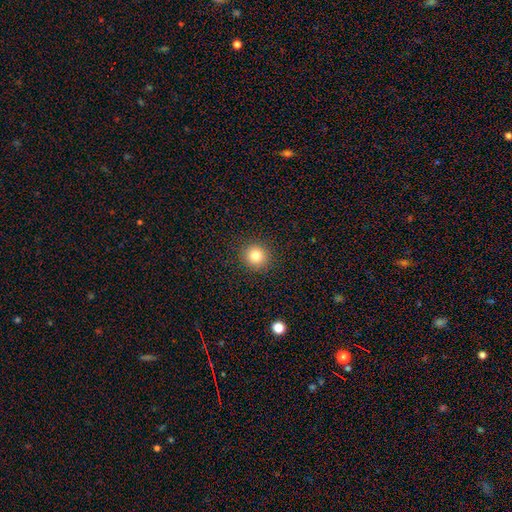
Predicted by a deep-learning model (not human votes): smooth_or_featured: smooth (p=0.82) [alt: star or artifact p=0.12]
how_rounded: round (p=0.93) [alt: in between p=0.06]
merging: none (p=0.92) [alt: minor disturbance p=0.05]